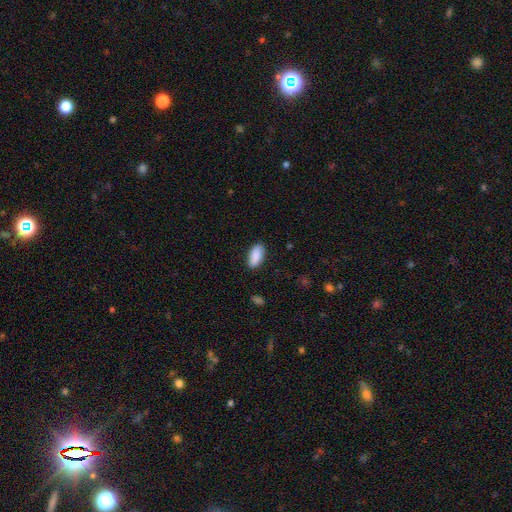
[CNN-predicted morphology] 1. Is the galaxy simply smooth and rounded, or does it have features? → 89% smooth, 6% star or artifact, 5% featured or disk.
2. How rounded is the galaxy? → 89% in between, 9% cigar-shaped, 2% round.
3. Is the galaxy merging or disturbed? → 86% none, 11% minor disturbance, 2% major disturbance, 1% merger.